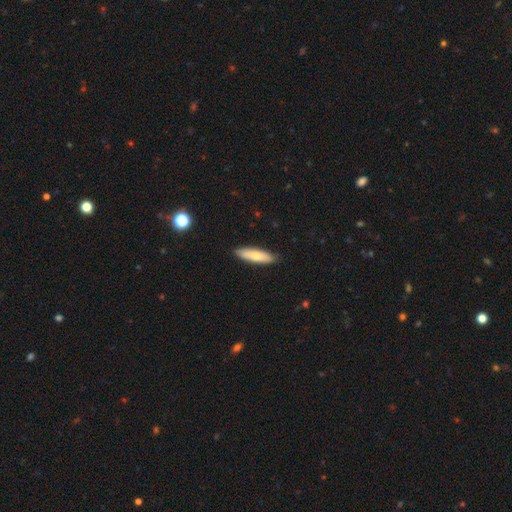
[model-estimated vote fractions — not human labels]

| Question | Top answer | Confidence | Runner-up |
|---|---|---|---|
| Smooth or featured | smooth | 69% | featured or disk (25%) |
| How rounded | cigar-shaped | 62% | in between (36%) |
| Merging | none | 88% | minor disturbance (9%) |